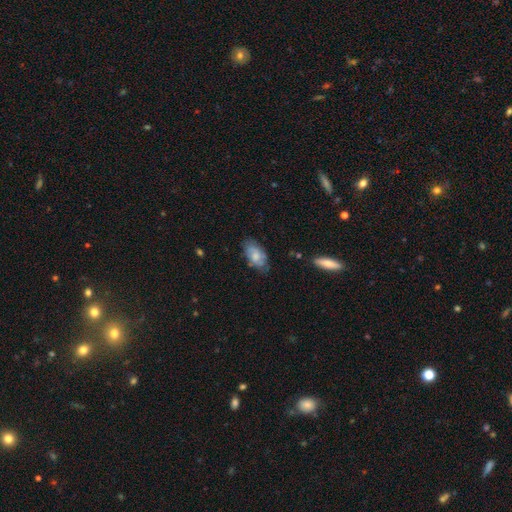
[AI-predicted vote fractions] smooth_or_featured: smooth (p=0.61) [alt: featured or disk p=0.32]
how_rounded: in between (p=0.92) [alt: round p=0.04]
merging: none (p=0.64) [alt: minor disturbance p=0.26]